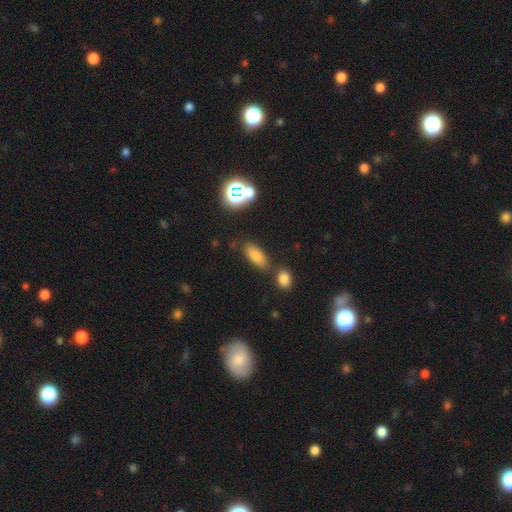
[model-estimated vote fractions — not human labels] Smooth or featured? Predicted: smooth (p=0.75). How rounded? Predicted: in between (p=0.74). Merging? Predicted: none (p=0.74).